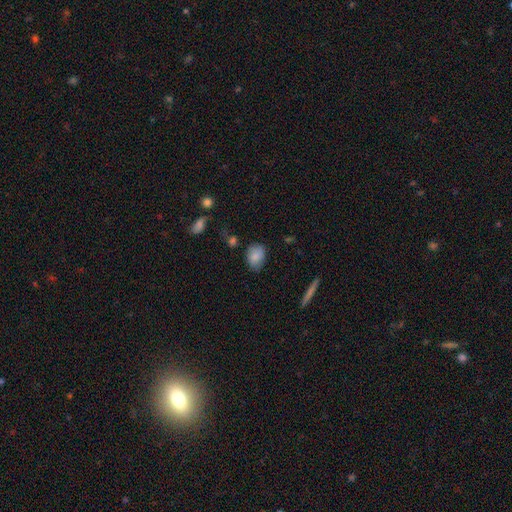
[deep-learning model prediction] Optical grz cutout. It shows a smooth galaxy with no disk features (83%) that is in between round and cigar-shaped (66%). Merging: none (68%).